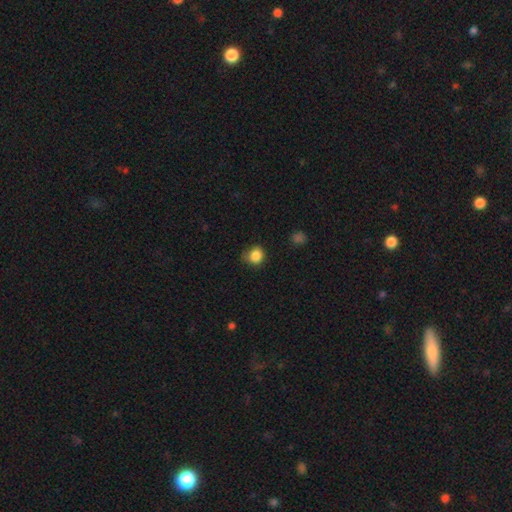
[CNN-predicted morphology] A smooth galaxy with no disk features (85%) that is round (82%).

Vote fractions:
- Smooth or featured? smooth: 85% / star or artifact: 11% / featured or disk: 4%
- How rounded? round: 82% / in between: 17% / cigar-shaped: 1%
- Merging? none: 69% / minor disturbance: 24% / major disturbance: 5% / merger: 2%